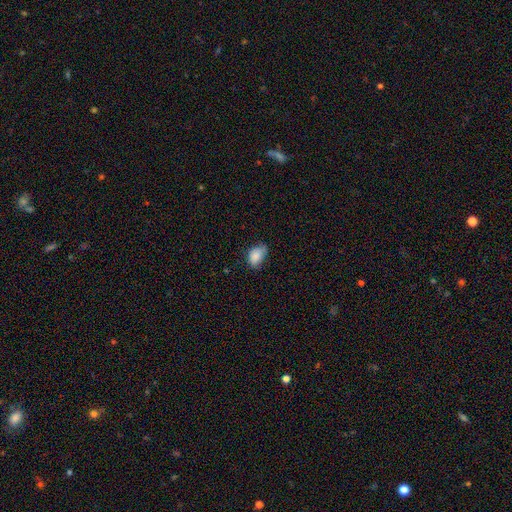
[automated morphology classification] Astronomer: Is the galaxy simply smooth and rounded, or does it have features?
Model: smooth — 85%.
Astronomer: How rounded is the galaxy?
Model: in between — 85%.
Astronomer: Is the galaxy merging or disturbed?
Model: none — 53% (runner-up: minor disturbance, 37%).